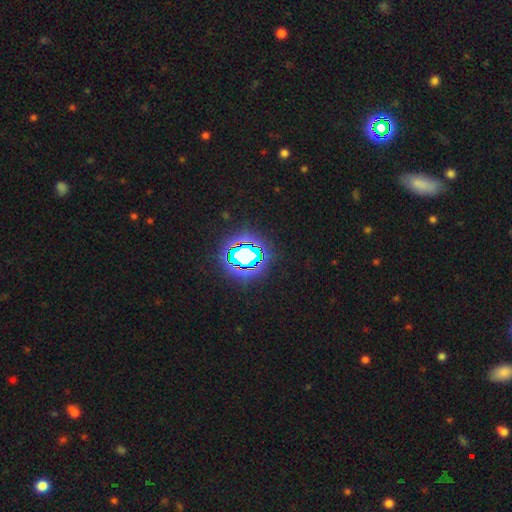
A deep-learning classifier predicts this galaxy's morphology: smooth-or-featured: star or artifact: 82% | smooth: 12% | featured or disk: 7%